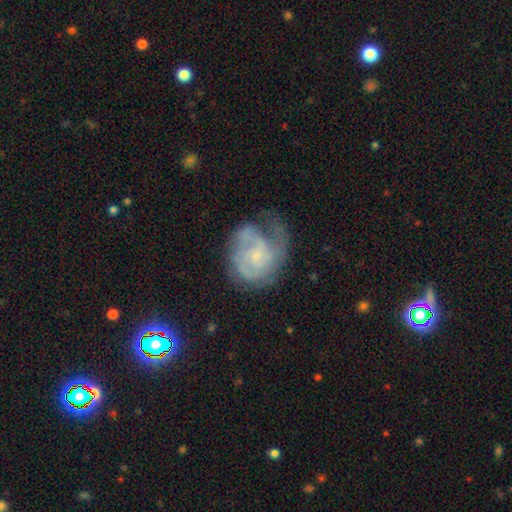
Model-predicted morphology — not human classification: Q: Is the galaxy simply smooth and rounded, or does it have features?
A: featured or disk — 73%.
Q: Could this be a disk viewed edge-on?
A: no — 98%.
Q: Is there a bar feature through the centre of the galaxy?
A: no — 67%.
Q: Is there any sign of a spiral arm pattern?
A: yes — 86%.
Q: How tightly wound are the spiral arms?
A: tight — 46%.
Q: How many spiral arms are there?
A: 2 — 32%, tied with can't tell.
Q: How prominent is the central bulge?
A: small — 66%.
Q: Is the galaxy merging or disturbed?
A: none — 39%.